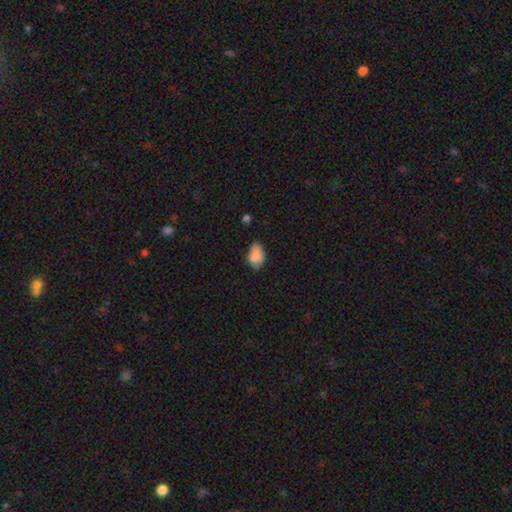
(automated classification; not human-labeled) This is clearly a smooth galaxy (82%). How rounded: clearly in between (87%). Merging: possibly none (58%).